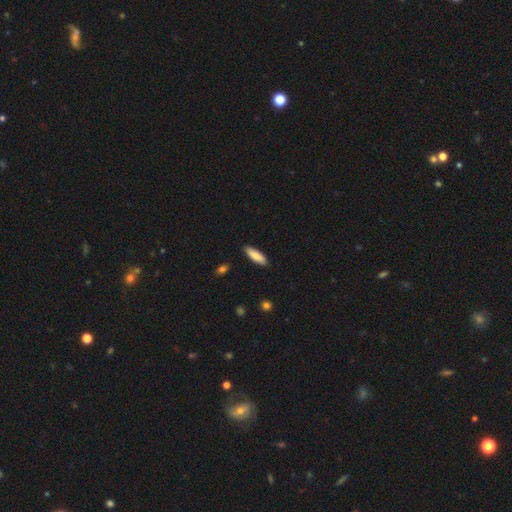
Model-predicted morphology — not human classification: type=smooth (84%); roundness=cigar-shaped (57%); merging=none (89%).